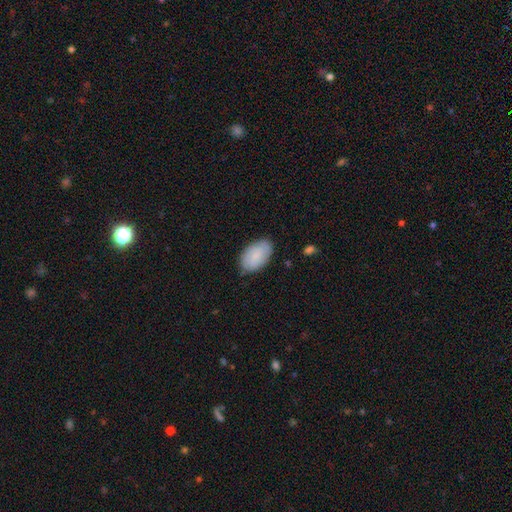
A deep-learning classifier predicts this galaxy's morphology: A smooth galaxy with no disk features (71%) that is in between round and cigar-shaped (93%). Merging: none (79%).